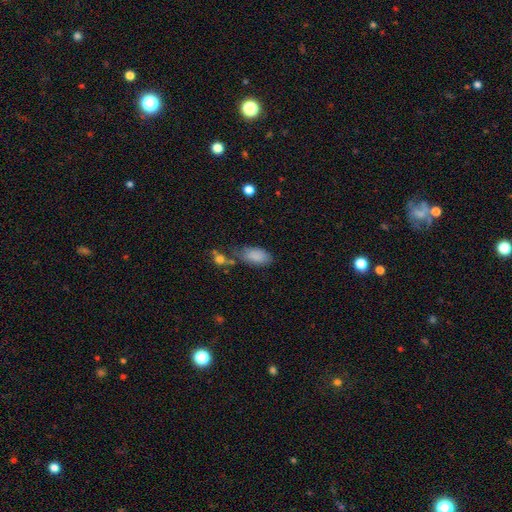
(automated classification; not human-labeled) Overall: smooth (85%). How rounded: in between (93%). Merging: none (56%; minor disturbance 25%).